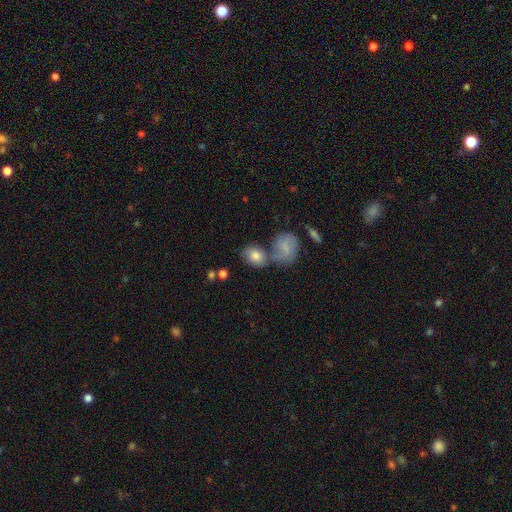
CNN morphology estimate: type=smooth (76%); roundness=in between (61%); merging=none (43%).